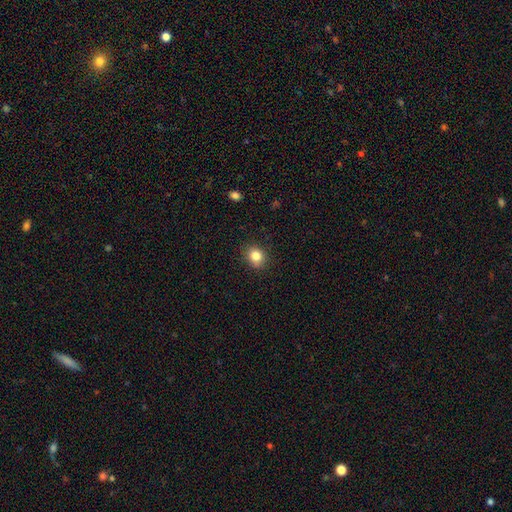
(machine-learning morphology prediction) A smooth galaxy with no disk features (83%) that is round (68%).

Vote fractions:
- Smooth or featured? smooth: 83% / star or artifact: 11% / featured or disk: 6%
- How rounded? round: 68% / in between: 32% / cigar-shaped: 1%
- Merging? none: 87% / minor disturbance: 10% / major disturbance: 2% / merger: 1%